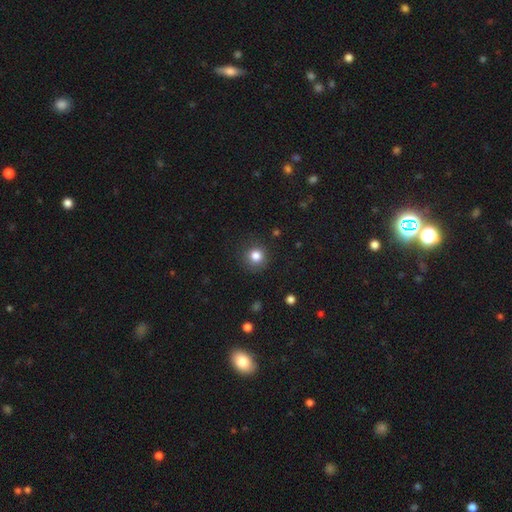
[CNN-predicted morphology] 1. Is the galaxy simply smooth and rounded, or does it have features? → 82% smooth, 12% star or artifact, 6% featured or disk.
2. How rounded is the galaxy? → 93% round, 6% in between, 1% cigar-shaped.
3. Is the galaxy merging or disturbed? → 88% none, 8% minor disturbance, 3% major disturbance, 1% merger.